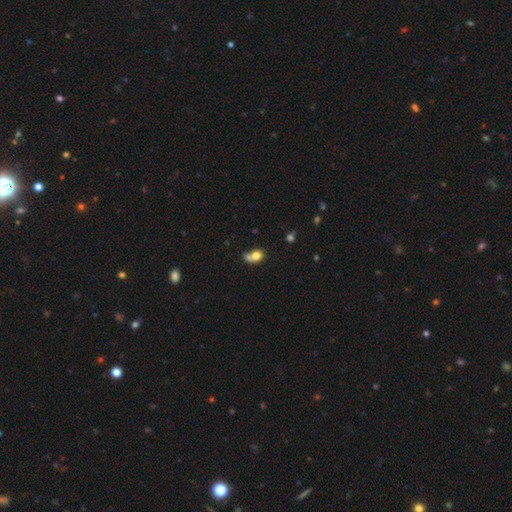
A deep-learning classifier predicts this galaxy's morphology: Smooth or featured: smooth — 74% (featured or disk — 15%)
How rounded: round — 50% (in between — 48%)
Merging: merger — 47% (none — 29%)